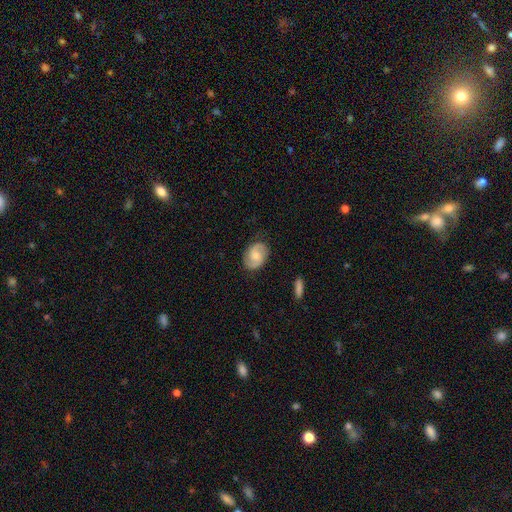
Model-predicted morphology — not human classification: Smooth or featured: featured or disk — 70% (smooth — 24%)
Edge-on disk: no — 97% (yes — 3%)
Bar: no — 51% (weak — 42%)
Spiral arms: yes — 94% (no — 6%)
Spiral winding: medium — 51% (tight — 28%)
Spiral arm count: 2 — 91% (can't tell — 5%)
Bulge size: moderate — 54% (small — 33%)
Merging: none — 84% (minor disturbance — 12%)